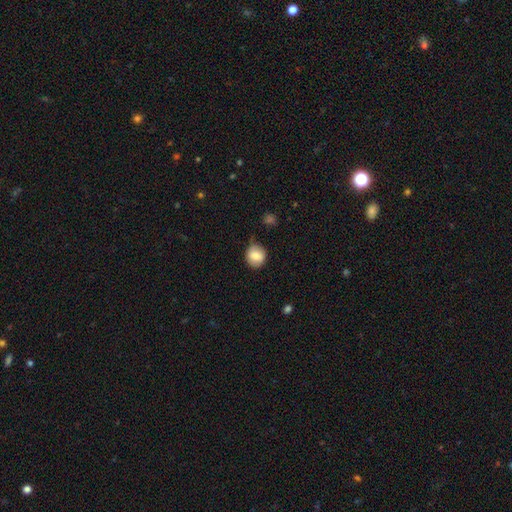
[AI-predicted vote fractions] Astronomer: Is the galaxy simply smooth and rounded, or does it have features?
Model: smooth — 83%.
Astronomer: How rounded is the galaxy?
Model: round — 78%.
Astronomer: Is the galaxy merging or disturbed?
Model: none — 70%.